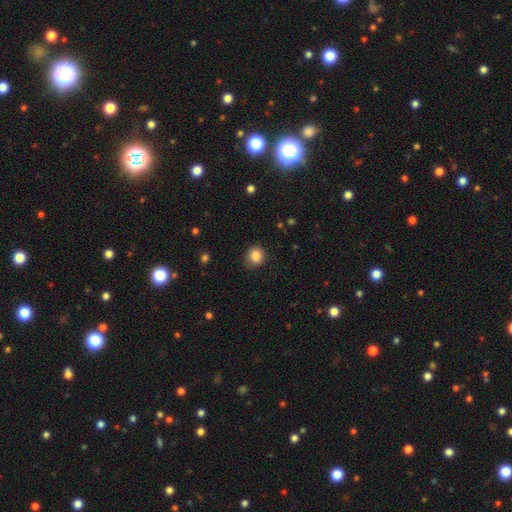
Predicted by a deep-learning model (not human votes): Overall: smooth (86%). How rounded: round (75%). Merging: none (81%).